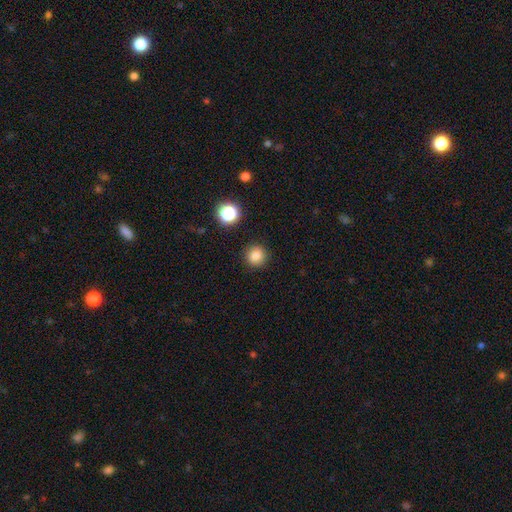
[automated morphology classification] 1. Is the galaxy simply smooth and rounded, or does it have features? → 83% smooth, 12% star or artifact, 5% featured or disk.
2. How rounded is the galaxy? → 92% round, 7% in between, 1% cigar-shaped.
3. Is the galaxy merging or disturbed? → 90% none, 6% minor disturbance, 2% major disturbance, 2% merger.